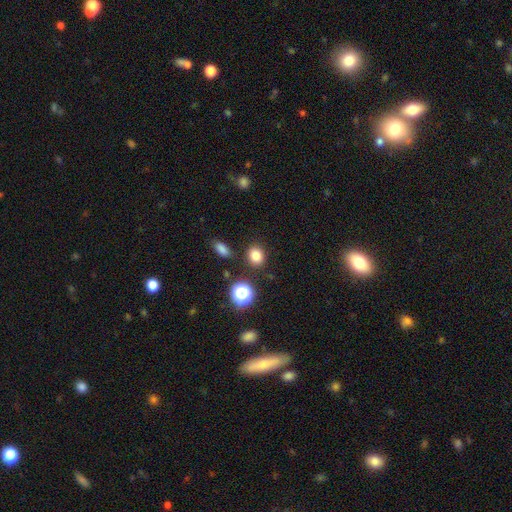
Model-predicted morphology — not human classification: smooth-or-featured: smooth: 81% | star or artifact: 14% | featured or disk: 5%
  how-rounded: round: 63% | in between: 36% | cigar-shaped: 1%
  merging: none: 83% | minor disturbance: 9% | merger: 4% | major disturbance: 3%